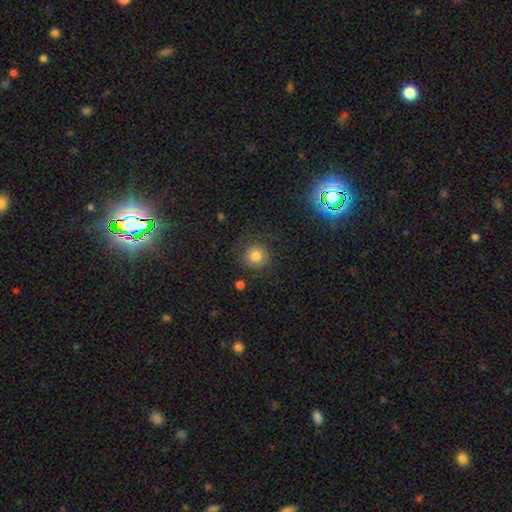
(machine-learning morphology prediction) This appears to be a smooth galaxy with no disk features (79%) that is round (93%). Merging: none (79%).